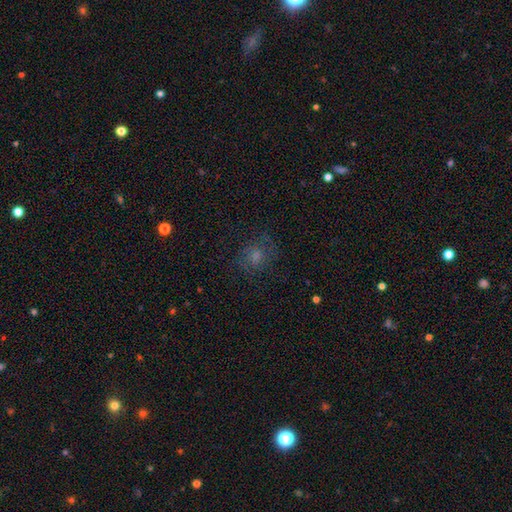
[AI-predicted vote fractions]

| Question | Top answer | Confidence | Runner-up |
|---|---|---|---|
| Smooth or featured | smooth | 50% | featured or disk (26%) |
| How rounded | round | 70% | in between (29%) |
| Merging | none | 68% | minor disturbance (17%) |